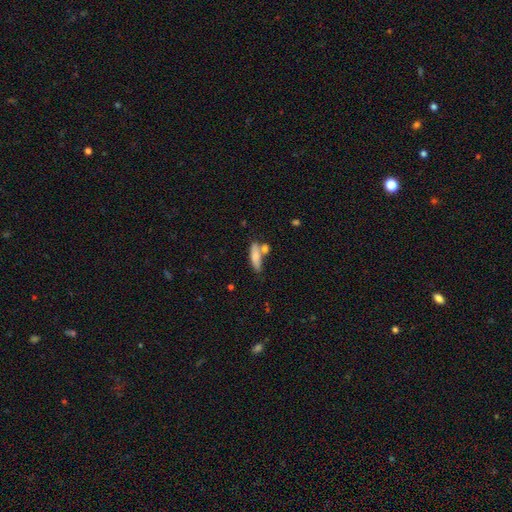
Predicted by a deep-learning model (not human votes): smooth_or_featured: smooth (p=0.74) [alt: featured or disk p=0.19]
how_rounded: cigar-shaped (p=0.58) [alt: in between p=0.39]
merging: none (p=0.56) [alt: merger p=0.23]